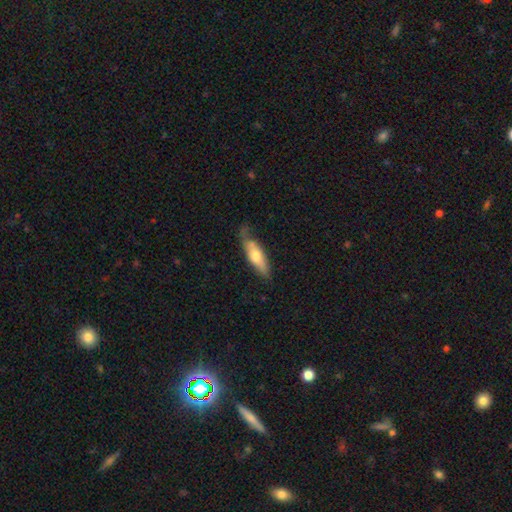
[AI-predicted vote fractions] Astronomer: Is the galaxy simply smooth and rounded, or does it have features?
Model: smooth — 58% (runner-up: featured or disk, 37%).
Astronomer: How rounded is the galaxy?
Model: cigar-shaped — 54% (runner-up: in between, 43%).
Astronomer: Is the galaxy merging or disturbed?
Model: none — 56%.